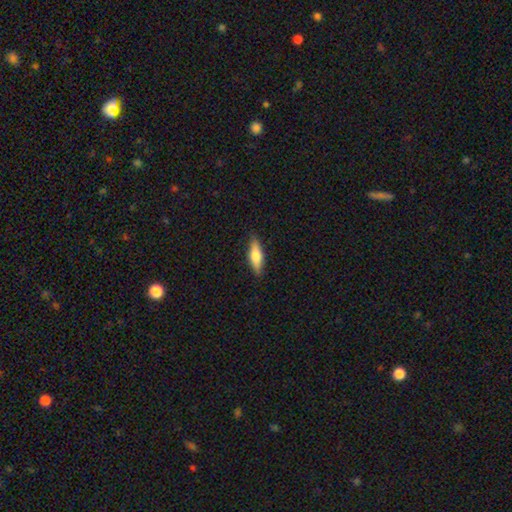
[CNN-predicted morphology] type=smooth (62%); roundness=cigar-shaped (51%); merging=none (87%).